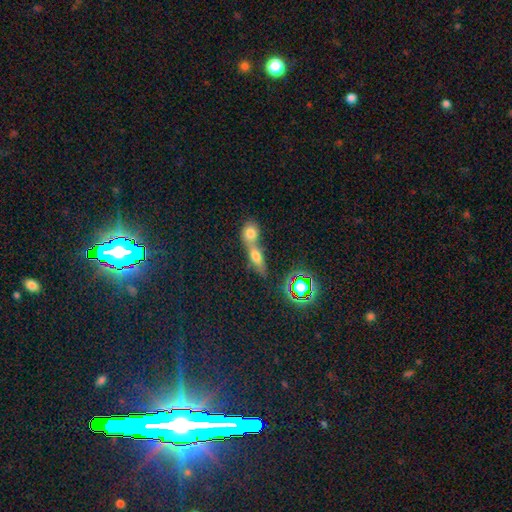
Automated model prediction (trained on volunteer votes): smooth 61%, star or artifact 20%, featured or disk 19%. Down the decision tree: how rounded — in between (48%); merging — merger (62%).